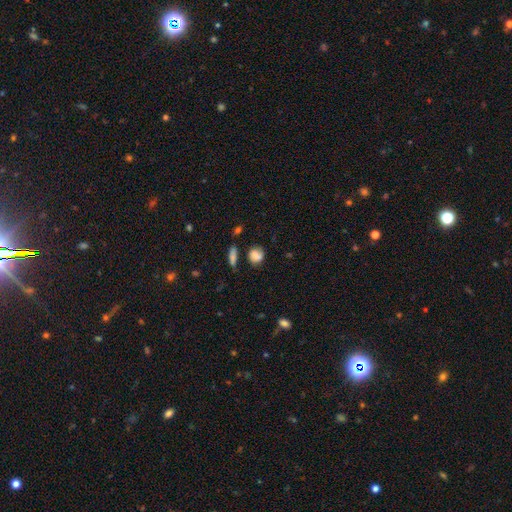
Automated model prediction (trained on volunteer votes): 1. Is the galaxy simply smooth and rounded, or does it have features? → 80% smooth, 10% star or artifact, 10% featured or disk.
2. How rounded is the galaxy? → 65% round, 33% in between, 3% cigar-shaped.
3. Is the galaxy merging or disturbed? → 61% none, 23% minor disturbance, 9% merger, 8% major disturbance.